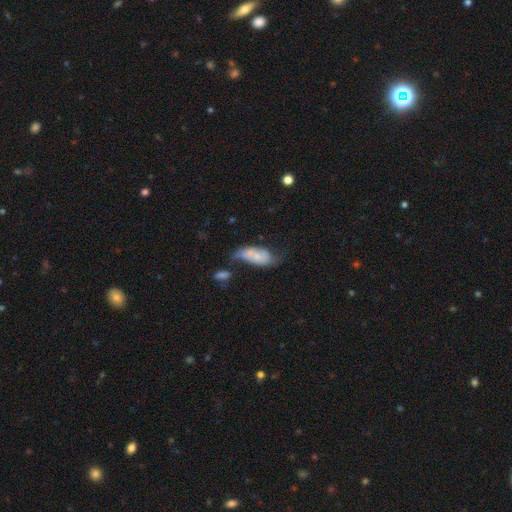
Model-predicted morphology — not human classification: smooth_or_featured: smooth (p=0.51) [alt: featured or disk p=0.42]
how_rounded: in between (p=0.88) [alt: cigar-shaped p=0.09]
merging: none (p=0.33) [alt: minor disturbance p=0.28]